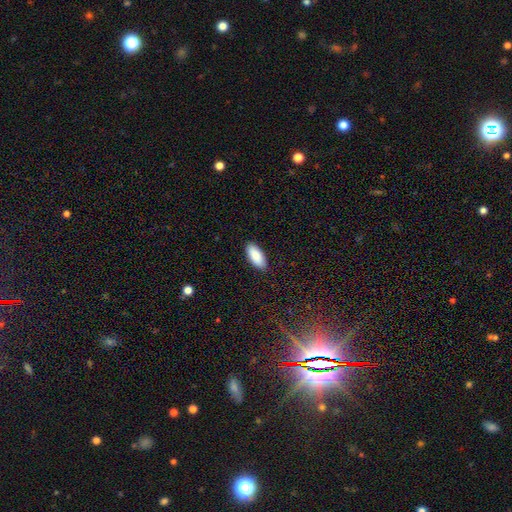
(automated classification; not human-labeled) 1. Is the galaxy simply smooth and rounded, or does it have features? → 88% smooth, 6% star or artifact, 6% featured or disk.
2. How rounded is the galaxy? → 89% in between, 10% cigar-shaped, 2% round.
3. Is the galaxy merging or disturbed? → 89% none, 8% minor disturbance, 2% major disturbance, 1% merger.